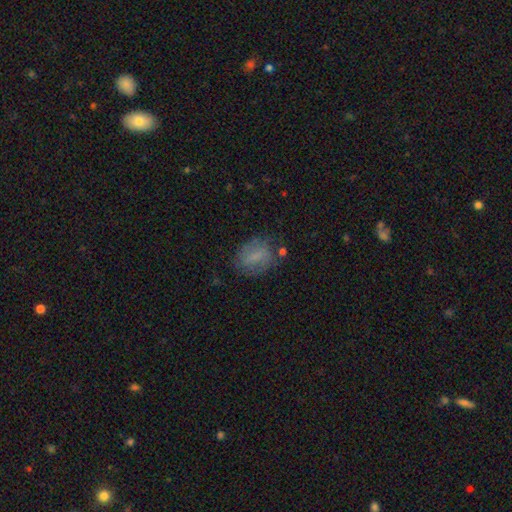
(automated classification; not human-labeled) Q: Smooth or featured?
A: smooth (64%); runner-up: featured or disk (27%)
Q: How rounded?
A: in between (66%); runner-up: round (31%)
Q: Merging?
A: none (69%); runner-up: minor disturbance (20%)